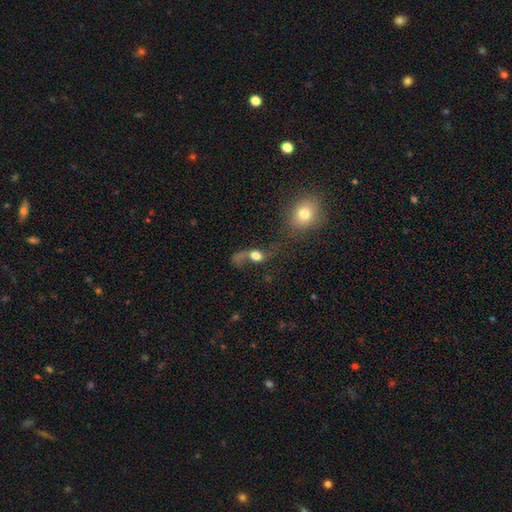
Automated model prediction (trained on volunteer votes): Smooth or featured? smooth (49%)
Merging? major disturbance (32%)